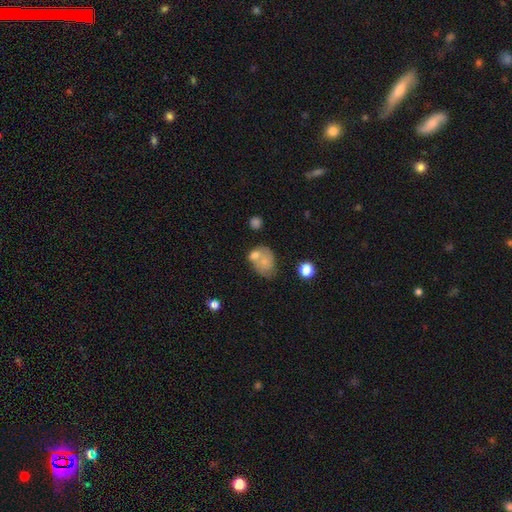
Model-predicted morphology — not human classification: Q: Smooth or featured?
A: smooth (66%); runner-up: featured or disk (25%)
Q: How rounded?
A: in between (64%); runner-up: round (34%)
Q: Merging?
A: merger (42%); runner-up: none (33%)